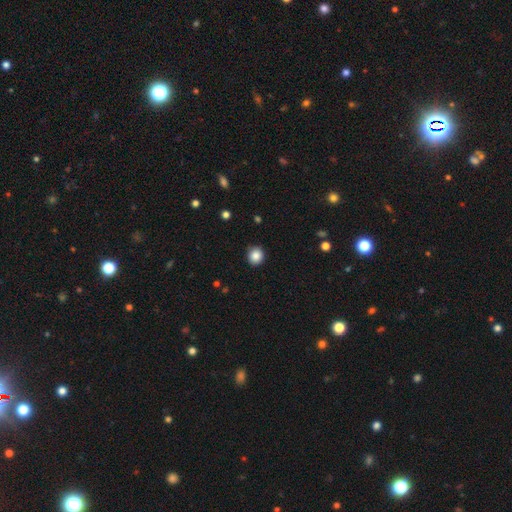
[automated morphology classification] Smooth or featured: smooth — 86% (star or artifact — 10%)
How rounded: round — 89% (in between — 10%)
Merging: none — 89% (minor disturbance — 8%)